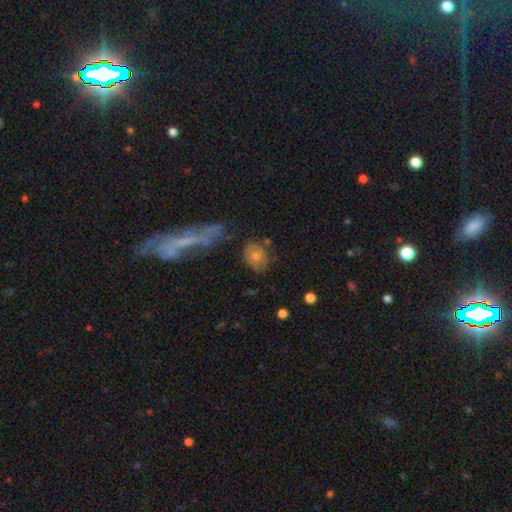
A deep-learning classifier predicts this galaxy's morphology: type=smooth (63%); roundness=round (51%); merging=none (65%).